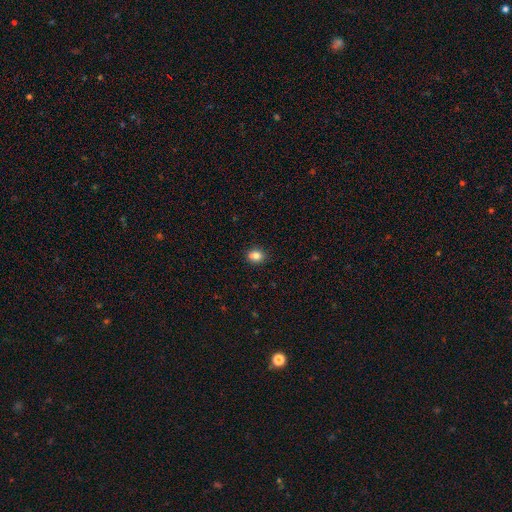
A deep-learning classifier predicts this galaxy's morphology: smooth 84%, star or artifact 11%, featured or disk 6%. Down the decision tree: how rounded — round (53%); merging — none (80%).